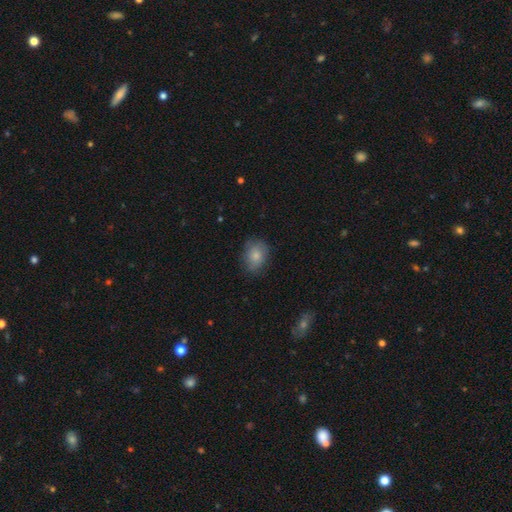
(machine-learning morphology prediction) Smooth or featured?
  - smooth: 80% *
  - featured or disk: 12%
  - star or artifact: 8%
How rounded?
  - in between: 60% *
  - round: 39%
  - cigar-shaped: 1%
Merging?
  - none: 76% *
  - minor disturbance: 19%
  - major disturbance: 5%
  - merger: 1%